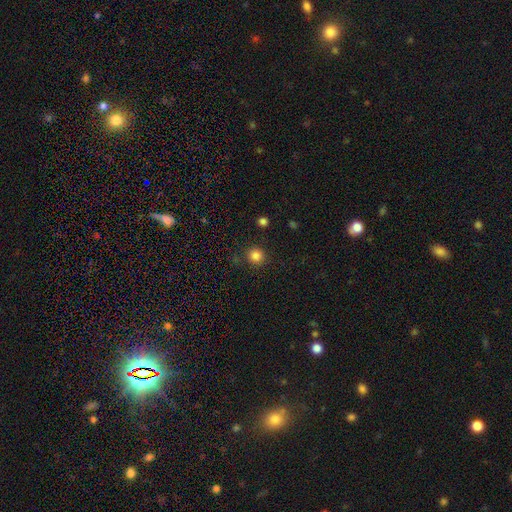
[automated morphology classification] Smooth or featured? smooth (84%)
How rounded? round (94%)
Merging? none (89%)